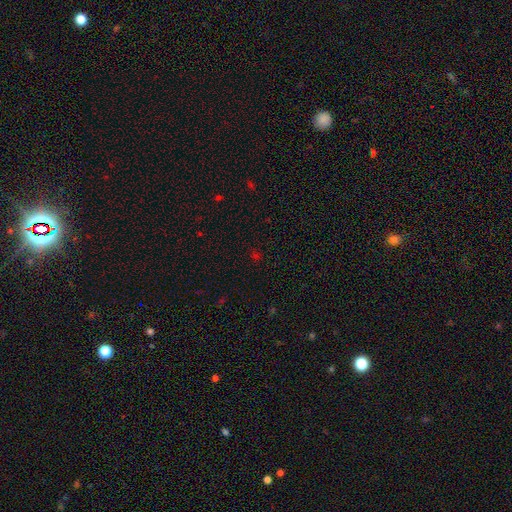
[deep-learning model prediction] A star or artifact, not a galaxy (57%).